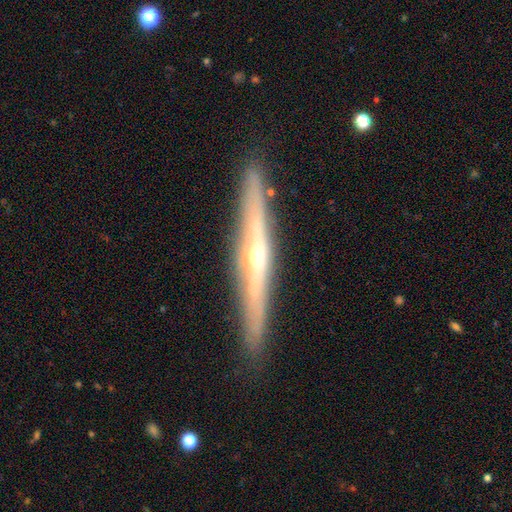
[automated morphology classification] Smooth or featured?
  - featured or disk: 79% *
  - smooth: 15%
  - star or artifact: 6%
Edge-on disk?
  - yes: 96% *
  - no: 4%
Edge-on bulge?
  - rounded: 78% *
  - none: 18%
  - boxy: 4%
Merging?
  - none: 90% *
  - minor disturbance: 7%
  - major disturbance: 2%
  - merger: 1%